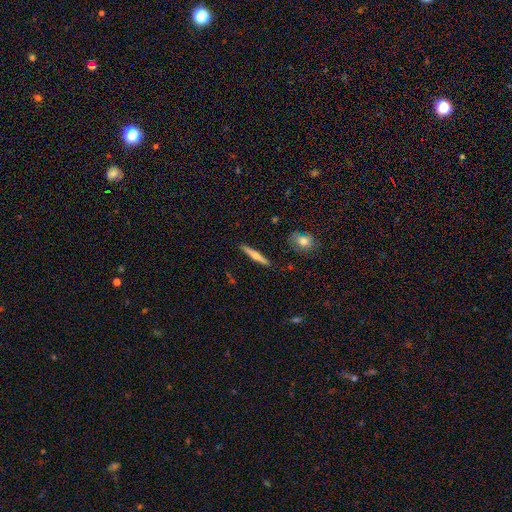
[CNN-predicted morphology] Smooth or featured? smooth (53%)
How rounded? cigar-shaped (93%)
Merging? none (90%)